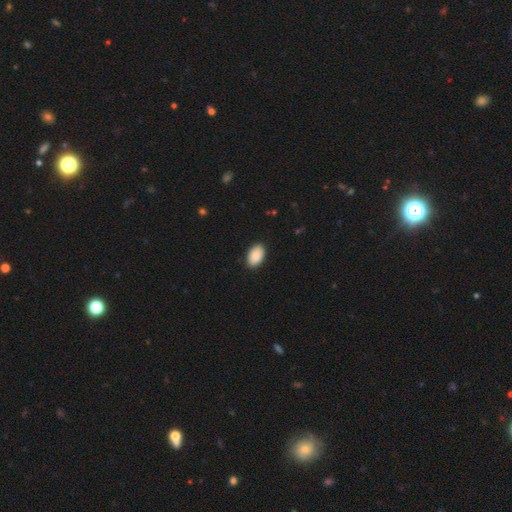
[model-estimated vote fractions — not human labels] smooth 91%, star or artifact 6%, featured or disk 3%. Down the decision tree: how rounded — in between (93%); merging — none (89%).